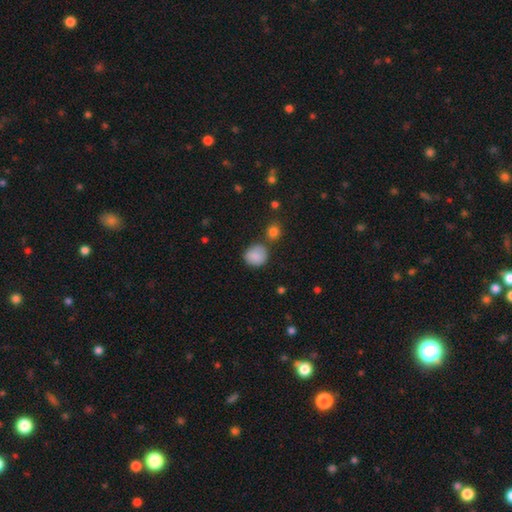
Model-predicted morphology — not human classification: type=smooth (85%); roundness=round (77%); merging=none (65%).